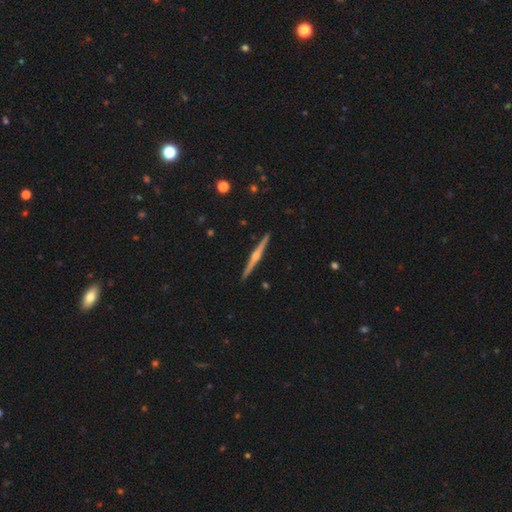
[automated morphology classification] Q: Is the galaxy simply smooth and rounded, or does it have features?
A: featured or disk — 83%.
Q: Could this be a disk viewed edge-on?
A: yes — 99%.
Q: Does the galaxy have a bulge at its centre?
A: rounded — 90%.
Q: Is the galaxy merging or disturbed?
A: none — 93%.